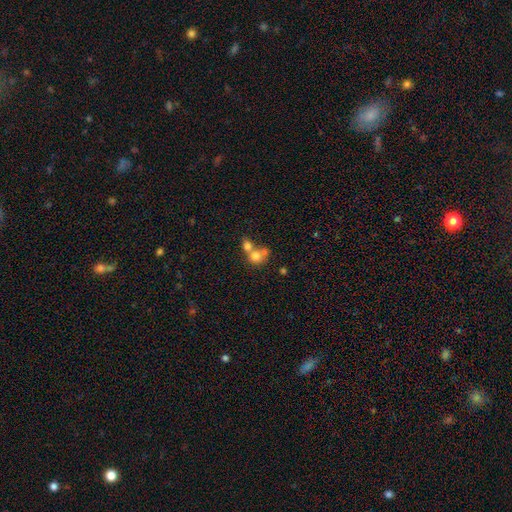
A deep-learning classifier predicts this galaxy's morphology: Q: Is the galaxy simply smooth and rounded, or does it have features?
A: smooth — 73%.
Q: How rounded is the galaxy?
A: round — 71%.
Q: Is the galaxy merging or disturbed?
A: merger — 61%.